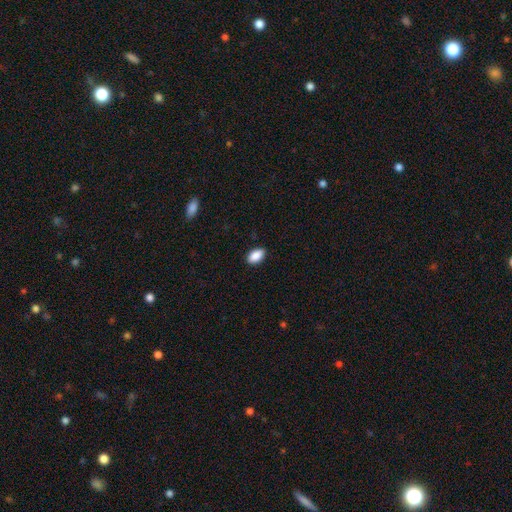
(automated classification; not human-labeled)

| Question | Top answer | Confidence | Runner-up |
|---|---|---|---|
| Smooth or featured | smooth | 89% | star or artifact (7%) |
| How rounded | in between | 93% | round (4%) |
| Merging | none | 88% | minor disturbance (9%) |